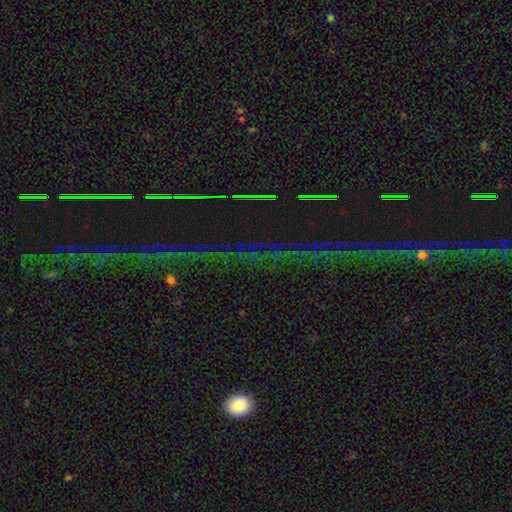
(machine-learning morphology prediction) type=star or artifact (79%).